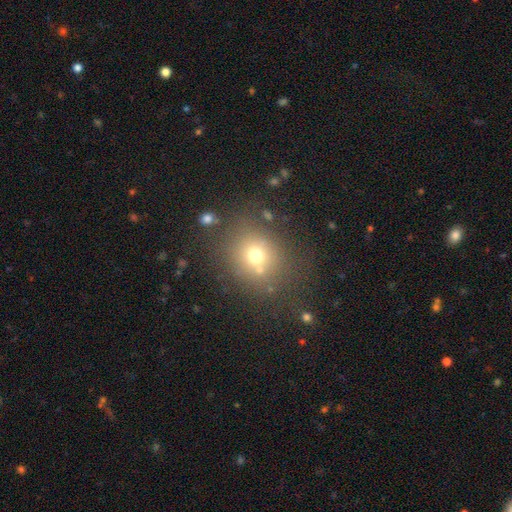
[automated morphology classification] A smooth galaxy with no disk features (67%) that is round (79%).

Vote fractions:
- Smooth or featured? smooth: 67% / star or artifact: 19% / featured or disk: 14%
- How rounded? round: 79% / in between: 20% / cigar-shaped: 1%
- Merging? none: 71% / minor disturbance: 12% / merger: 11% / major disturbance: 7%